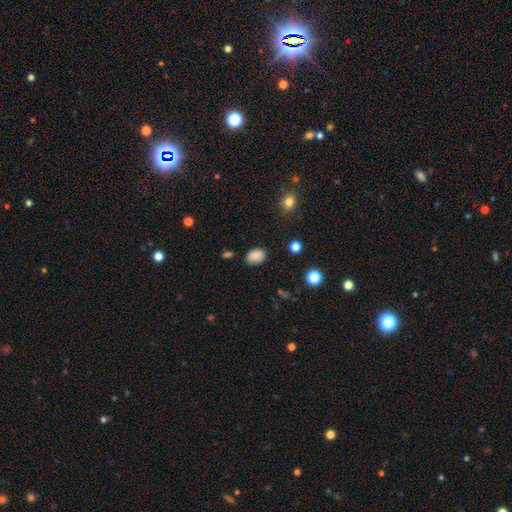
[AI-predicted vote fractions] Overall: smooth (85%). How rounded: in between (76%). Merging: none (83%).